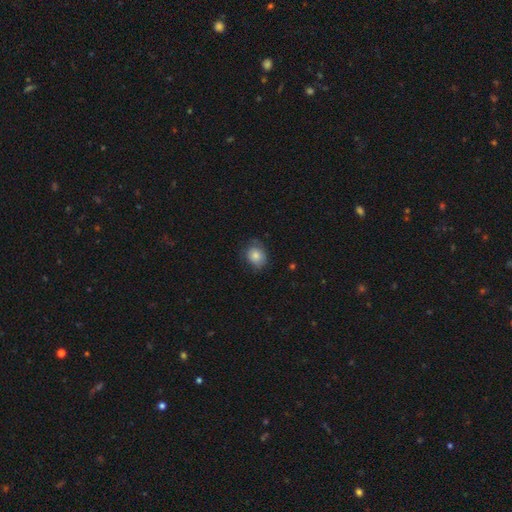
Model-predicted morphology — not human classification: Q: Smooth or featured?
A: smooth (78%); runner-up: featured or disk (14%)
Q: How rounded?
A: round (60%); runner-up: in between (40%)
Q: Merging?
A: none (68%); runner-up: minor disturbance (24%)